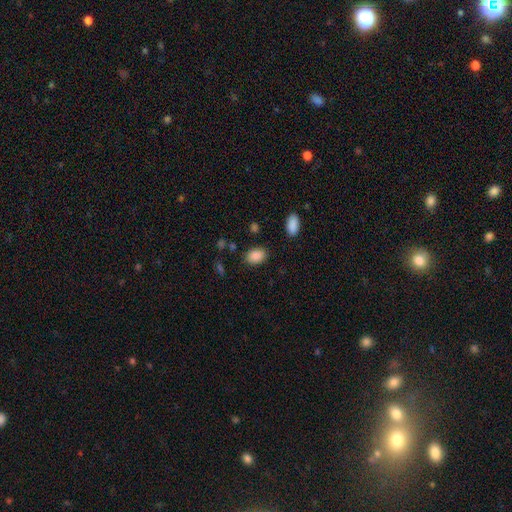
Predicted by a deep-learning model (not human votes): smooth_or_featured: smooth (p=0.87) [alt: star or artifact p=0.08]
how_rounded: in between (p=0.82) [alt: round p=0.17]
merging: none (p=0.83) [alt: minor disturbance p=0.11]